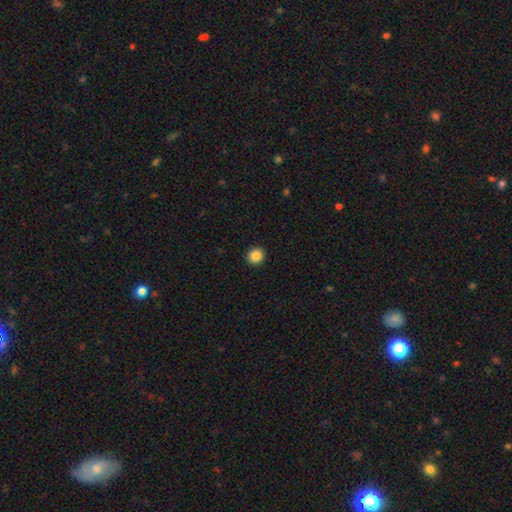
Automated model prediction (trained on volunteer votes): A smooth galaxy with no disk features (86%) that is round (89%). Merging: none (93%).